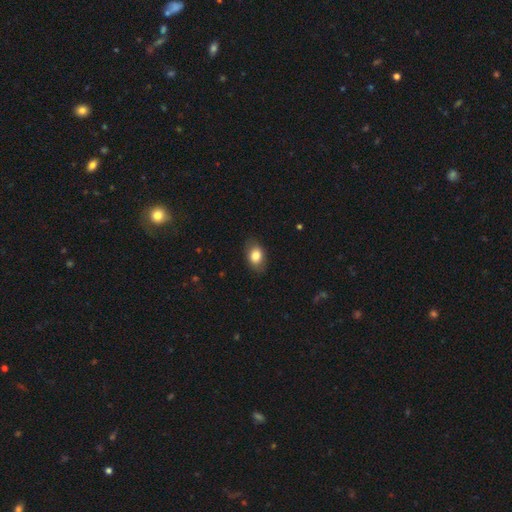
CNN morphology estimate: Smooth or featured? smooth (81%)
How rounded? in between (80%)
Merging? none (82%)